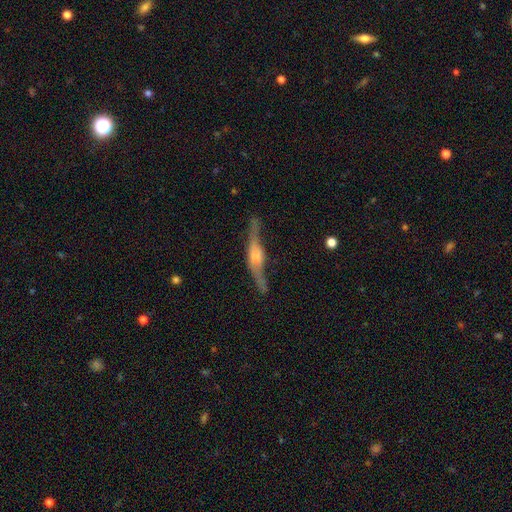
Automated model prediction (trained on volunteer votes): smooth_or_featured: featured or disk (p=0.76) [alt: smooth p=0.18]
disk_edge_on: yes (p=0.91) [alt: no p=0.09]
edge_on_bulge: rounded (p=0.75) [alt: boxy p=0.20]
merging: none (p=0.69) [alt: minor disturbance p=0.20]